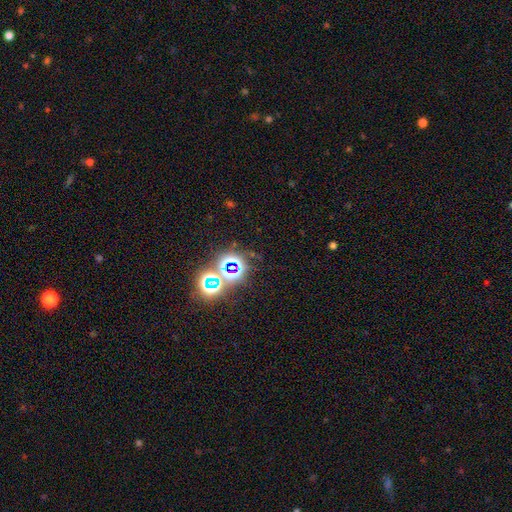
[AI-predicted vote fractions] Smooth or featured?
  - star or artifact: 76% *
  - smooth: 14%
  - featured or disk: 10%